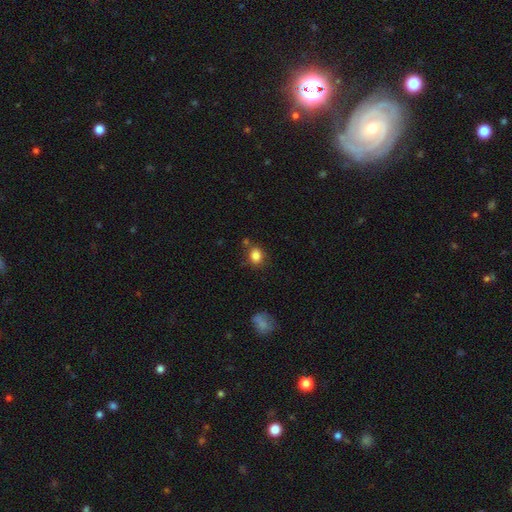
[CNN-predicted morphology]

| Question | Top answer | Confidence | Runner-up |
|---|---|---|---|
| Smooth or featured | smooth | 85% | star or artifact (10%) |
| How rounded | round | 57% | in between (42%) |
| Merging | none | 73% | minor disturbance (16%) |